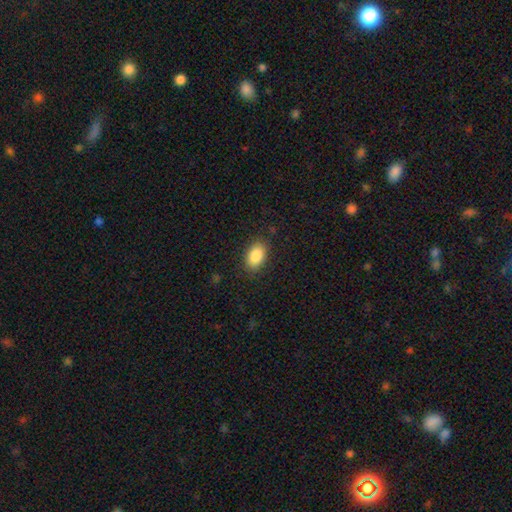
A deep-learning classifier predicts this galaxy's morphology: Overall: smooth (87%). How rounded: in between (90%). Merging: none (86%).